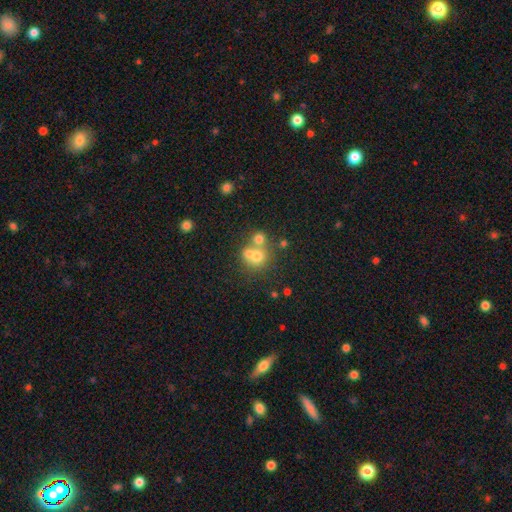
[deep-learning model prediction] Smooth or featured? smooth (63%)
How rounded? round (83%)
Merging? merger (50%)